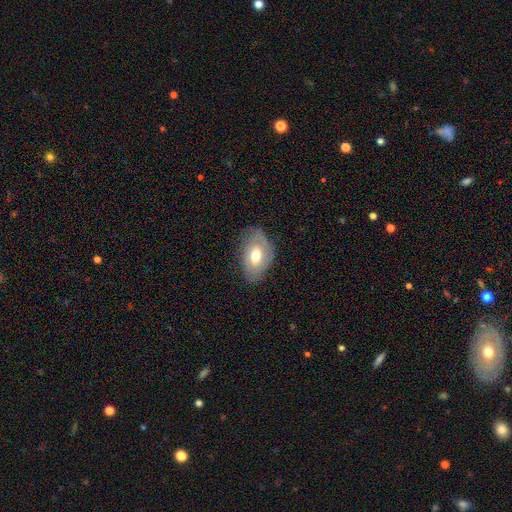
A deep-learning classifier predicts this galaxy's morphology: Smooth or featured? smooth (50%)
How rounded? in between (89%)
Merging? none (70%)